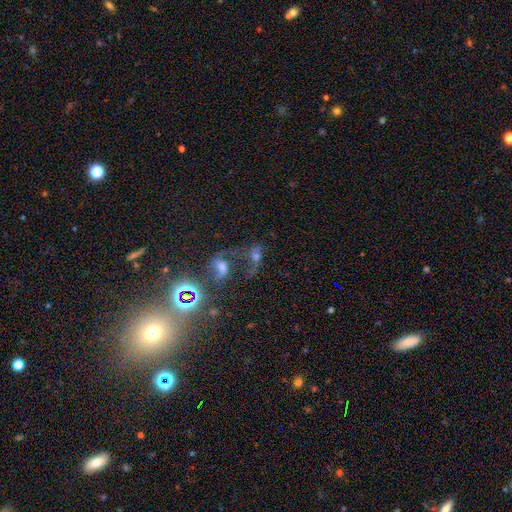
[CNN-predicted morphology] This appears to be a featured or disk galaxy (38%). Merging: merger (45%).